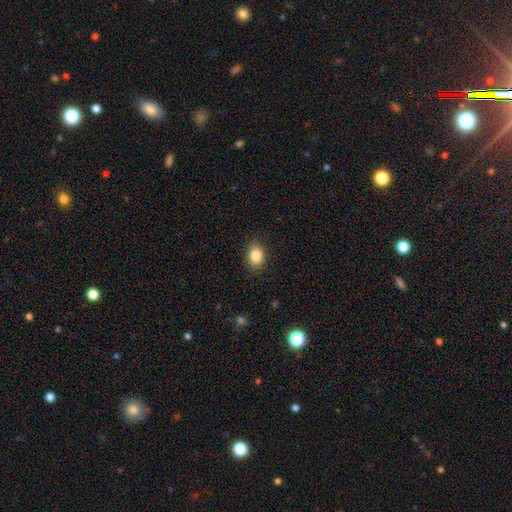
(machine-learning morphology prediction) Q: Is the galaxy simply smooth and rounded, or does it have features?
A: smooth — 86%.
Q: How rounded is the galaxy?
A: in between — 71%.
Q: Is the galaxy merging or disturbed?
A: none — 87%.